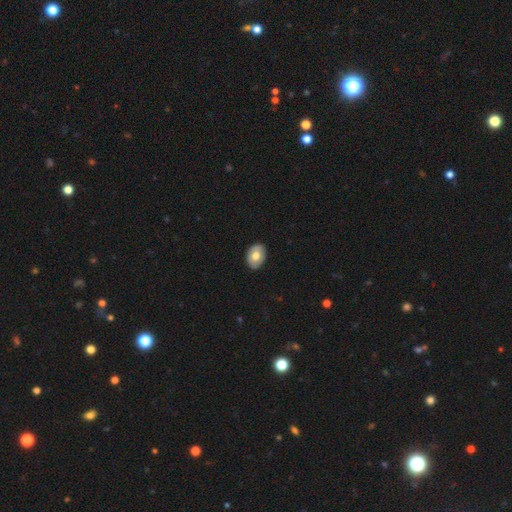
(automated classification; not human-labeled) Smooth or featured? Predicted: smooth (p=0.70). How rounded? Predicted: in between (p=0.77). Merging? Predicted: none (p=0.87).